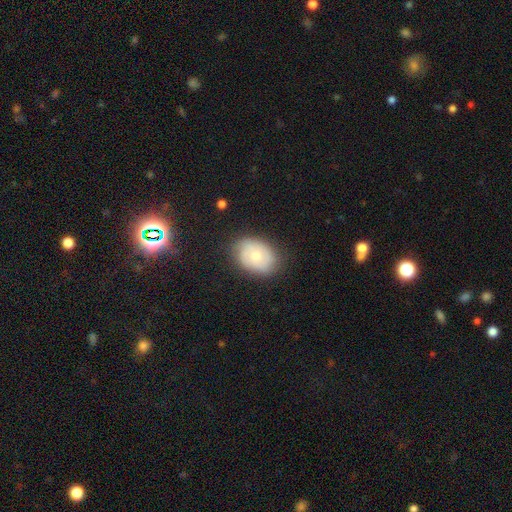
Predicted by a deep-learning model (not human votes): A smooth galaxy with no disk features (60%) that is in between round and cigar-shaped (73%). Merging: none (77%).